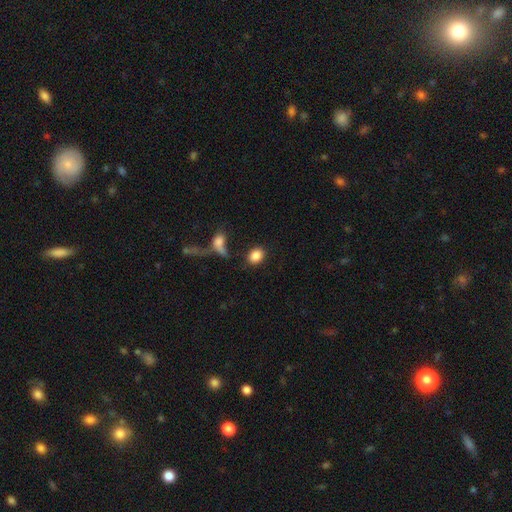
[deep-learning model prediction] A smooth galaxy with no disk features (85%) that is in between round and cigar-shaped (65%). Merging: none (64%).